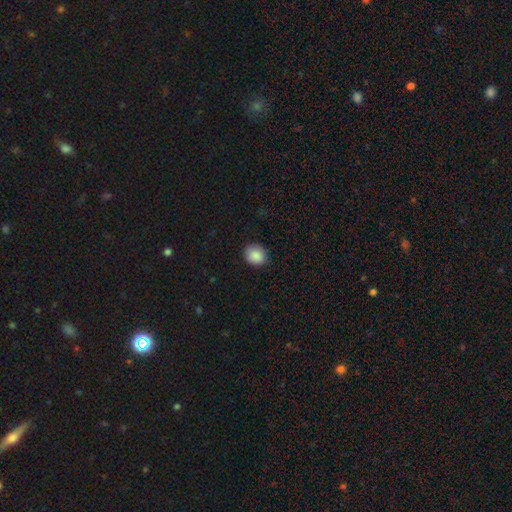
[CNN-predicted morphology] Smooth or featured?
  - smooth: 88% *
  - star or artifact: 8%
  - featured or disk: 3%
How rounded?
  - round: 65% *
  - in between: 34%
  - cigar-shaped: 1%
Merging?
  - none: 86% *
  - minor disturbance: 11%
  - major disturbance: 2%
  - merger: 1%